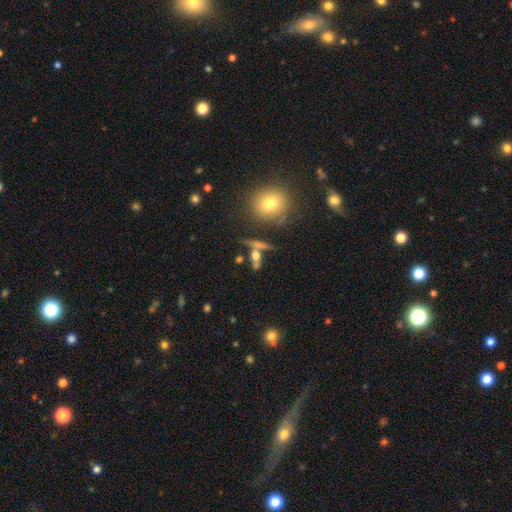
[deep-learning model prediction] Smooth or featured?
  - smooth: 46% *
  - featured or disk: 39%
  - star or artifact: 15%
Merging?
  - none: 56% *
  - merger: 25%
  - minor disturbance: 12%
  - major disturbance: 7%